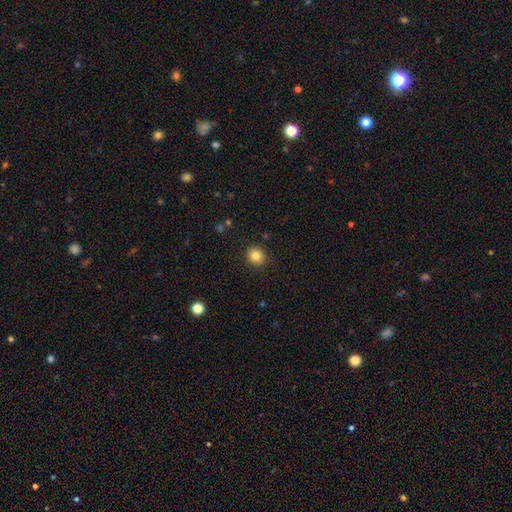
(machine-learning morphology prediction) smooth 83%, star or artifact 11%, featured or disk 6%. Down the decision tree: how rounded — round (82%); merging — none (90%).